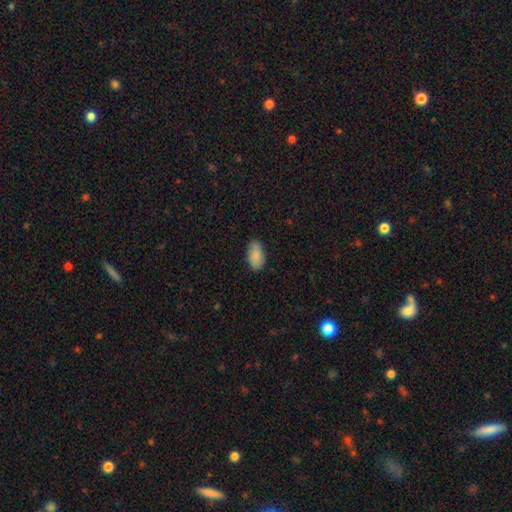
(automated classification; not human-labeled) smooth_or_featured: smooth (p=0.87) [alt: star or artifact p=0.07]
how_rounded: in between (p=0.94) [alt: cigar-shaped p=0.03]
merging: none (p=0.84) [alt: minor disturbance p=0.12]